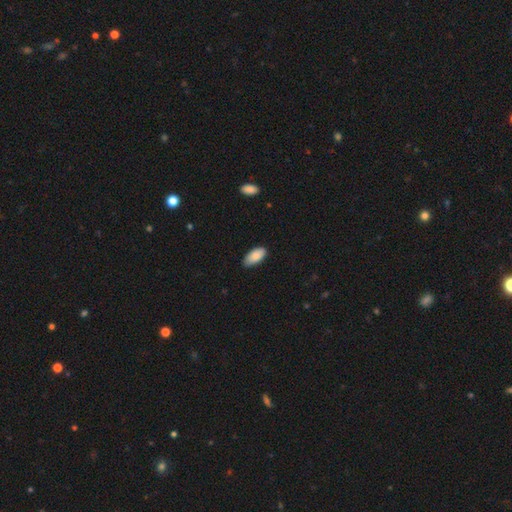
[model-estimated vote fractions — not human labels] smooth 86%, featured or disk 8%, star or artifact 6%. Down the decision tree: how rounded — in between (94%); merging — none (79%).